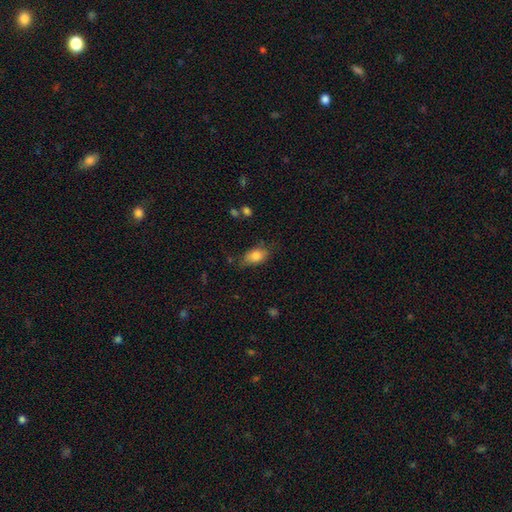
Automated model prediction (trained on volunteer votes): The model was most divided on "merging": none: 63%, minor disturbance: 28%, major disturbance: 7%, merger: 2%. More confident: how rounded — in between (85%); smooth or featured — smooth (82%).